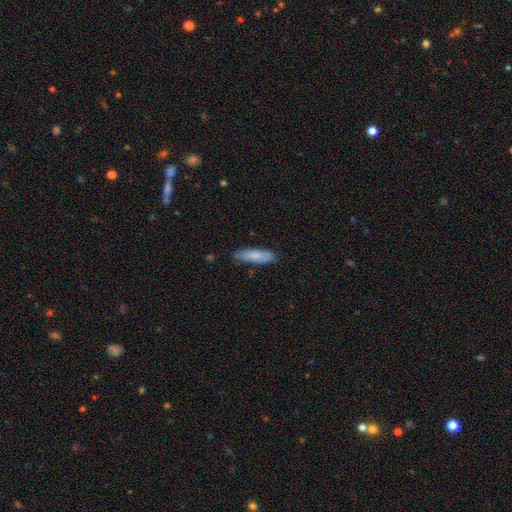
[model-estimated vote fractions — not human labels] Morphology: type=smooth (82%); roundness=cigar-shaped (67%); merging=none (83%).